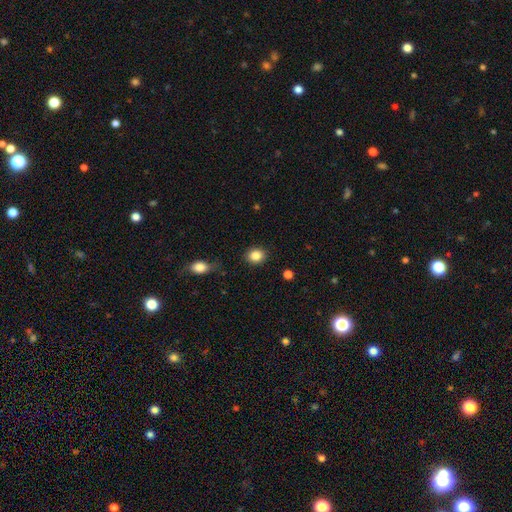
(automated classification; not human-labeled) smooth 86%, star or artifact 10%, featured or disk 5%. Down the decision tree: how rounded — round (63%); merging — none (87%).